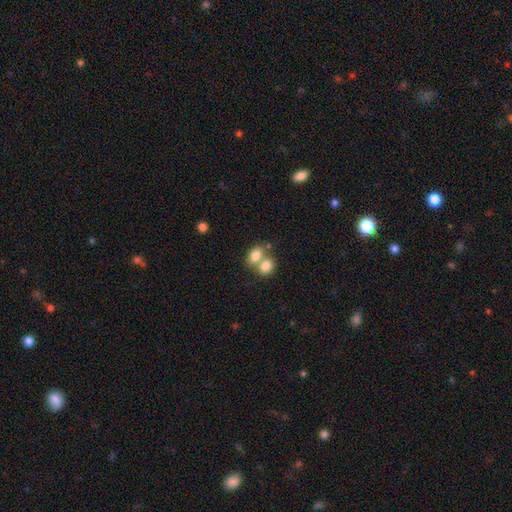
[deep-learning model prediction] A smooth galaxy with no disk features (79%) that is in between round and cigar-shaped (65%).

Vote fractions:
- Smooth or featured? smooth: 79% / featured or disk: 12% / star or artifact: 9%
- How rounded? in between: 65% / round: 34% / cigar-shaped: 1%
- Merging? merger: 60% / none: 29% / minor disturbance: 7% / major disturbance: 3%